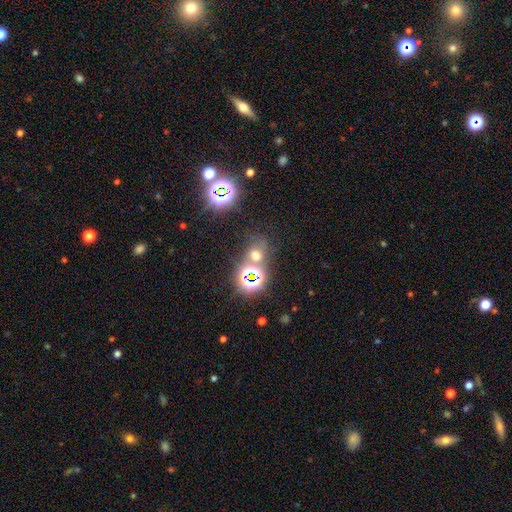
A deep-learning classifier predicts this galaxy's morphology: Q: Smooth or featured?
A: star or artifact (46%); runner-up: smooth (43%)